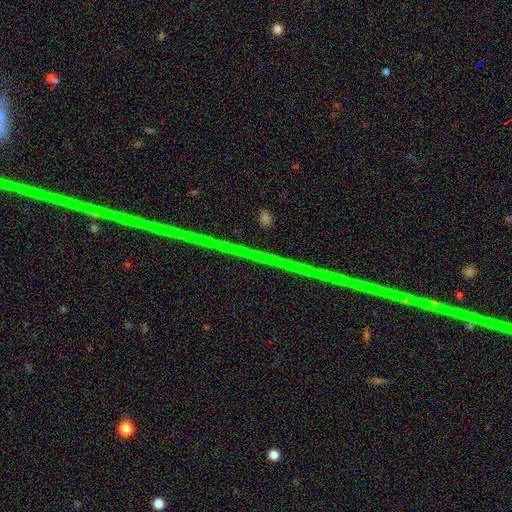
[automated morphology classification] This appears to be a star or artifact, not a galaxy (88%).